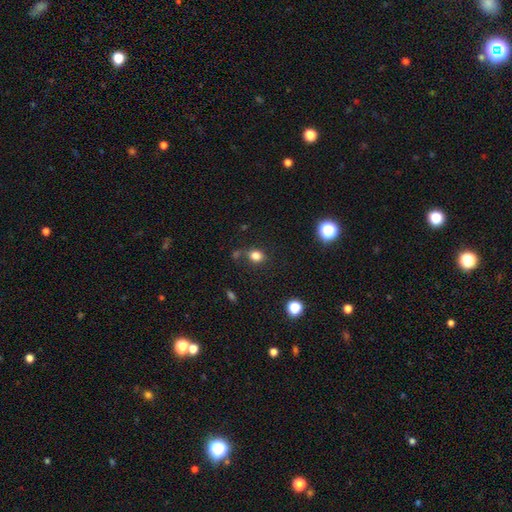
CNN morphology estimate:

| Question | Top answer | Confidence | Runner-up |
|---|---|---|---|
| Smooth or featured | smooth | 80% | star or artifact (14%) |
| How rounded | round | 56% | in between (42%) |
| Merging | none | 71% | minor disturbance (15%) |